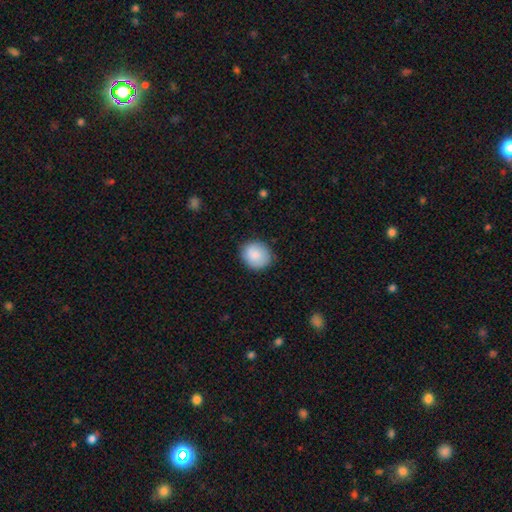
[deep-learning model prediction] A smooth galaxy with no disk features (86%) that is round (77%).

Vote fractions:
- Smooth or featured? smooth: 86% / featured or disk: 7% / star or artifact: 7%
- How rounded? round: 77% / in between: 23% / cigar-shaped: 1%
- Merging? none: 85% / minor disturbance: 11% / major disturbance: 2% / merger: 1%